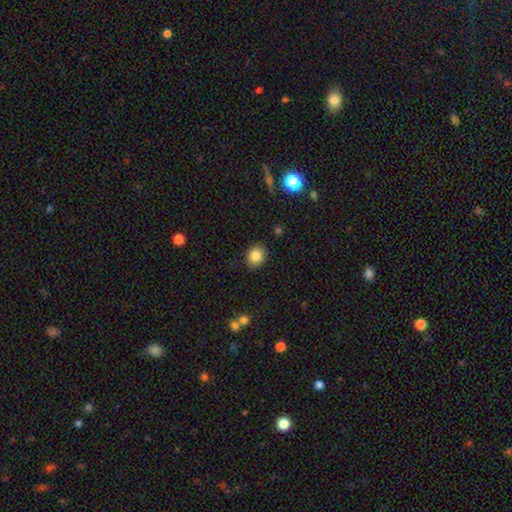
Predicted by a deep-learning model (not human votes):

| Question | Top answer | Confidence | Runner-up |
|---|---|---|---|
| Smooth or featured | smooth | 84% | star or artifact (10%) |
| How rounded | round | 66% | in between (33%) |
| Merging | none | 89% | minor disturbance (8%) |